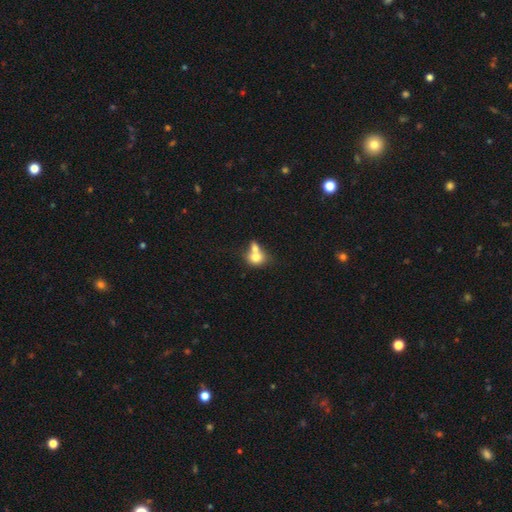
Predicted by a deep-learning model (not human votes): Smooth or featured?
  - smooth: 74% *
  - featured or disk: 17%
  - star or artifact: 9%
How rounded?
  - round: 53% *
  - in between: 46%
  - cigar-shaped: 1%
Merging?
  - merger: 63% *
  - none: 24%
  - minor disturbance: 8%
  - major disturbance: 5%